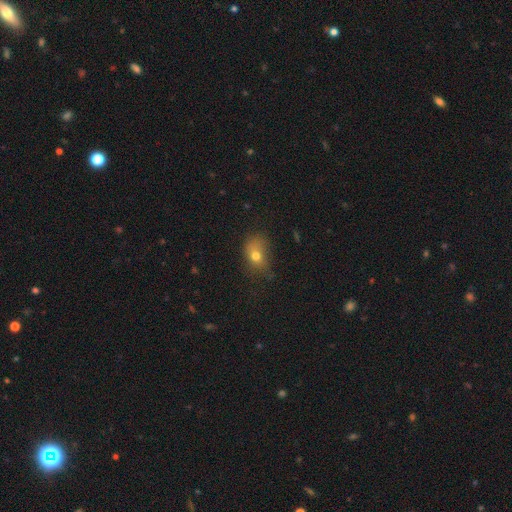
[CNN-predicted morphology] A smooth galaxy with no disk features (71%) that is in between round and cigar-shaped (62%). Merging: none (42%).